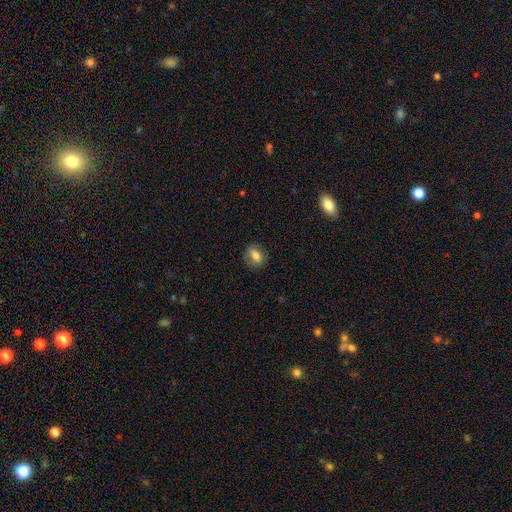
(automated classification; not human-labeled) Smooth or featured: smooth — 78% (featured or disk — 14%)
How rounded: in between — 68% (round — 29%)
Merging: none — 83% (minor disturbance — 13%)